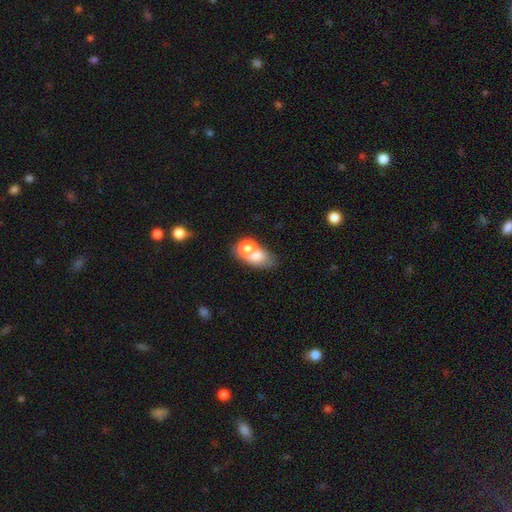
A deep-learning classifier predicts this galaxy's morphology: smooth 67%, featured or disk 23%, star or artifact 10%. Down the decision tree: how rounded — in between (71%); merging — merger (60%).